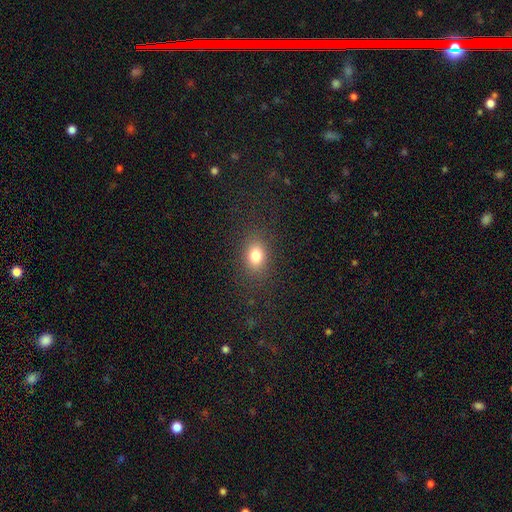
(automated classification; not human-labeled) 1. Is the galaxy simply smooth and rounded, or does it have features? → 80% smooth, 12% star or artifact, 8% featured or disk.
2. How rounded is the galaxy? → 69% in between, 29% round, 2% cigar-shaped.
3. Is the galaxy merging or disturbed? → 85% none, 10% minor disturbance, 5% major disturbance, 1% merger.